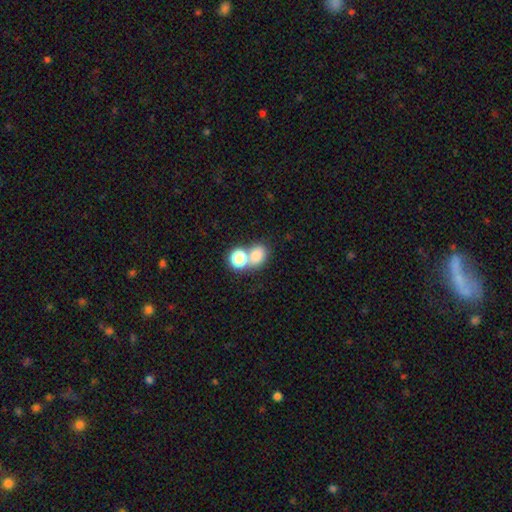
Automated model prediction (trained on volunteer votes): Smooth or featured: smooth — 76% (star or artifact — 16%)
How rounded: round — 53% (in between — 46%)
Merging: none — 45% (merger — 43%)